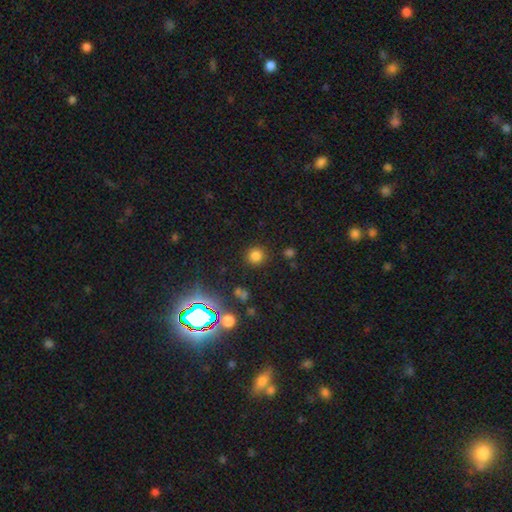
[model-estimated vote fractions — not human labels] smooth-or-featured: smooth: 76% | star or artifact: 19% | featured or disk: 5%
  how-rounded: round: 93% | in between: 6% | cigar-shaped: 1%
  merging: none: 88% | minor disturbance: 7% | major disturbance: 3% | merger: 2%